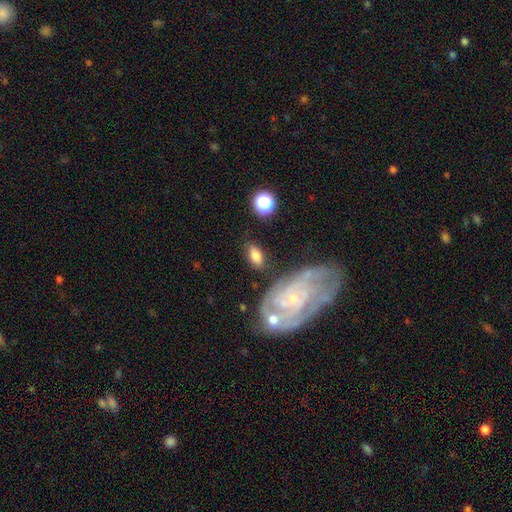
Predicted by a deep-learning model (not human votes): A smooth galaxy with no disk features (71%) that is in between round and cigar-shaped (88%). Merging: none (74%).